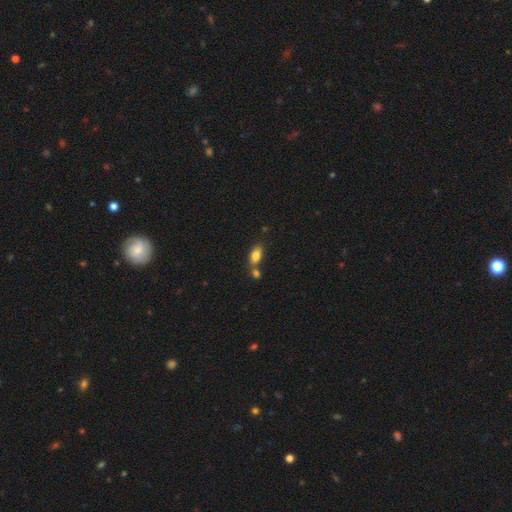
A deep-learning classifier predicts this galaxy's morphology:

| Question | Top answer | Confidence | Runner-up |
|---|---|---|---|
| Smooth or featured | smooth | 82% | featured or disk (9%) |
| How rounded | in between | 88% | round (6%) |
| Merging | none | 52% | merger (33%) |